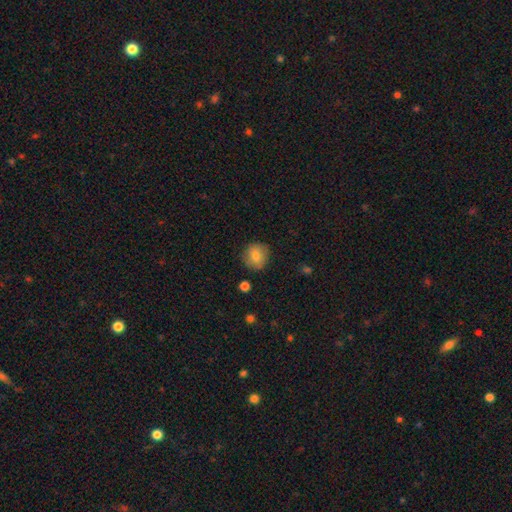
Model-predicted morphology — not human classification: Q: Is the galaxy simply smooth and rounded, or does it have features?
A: smooth — 80%.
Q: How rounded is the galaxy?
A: round — 86%.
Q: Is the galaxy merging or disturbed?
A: none — 83%.